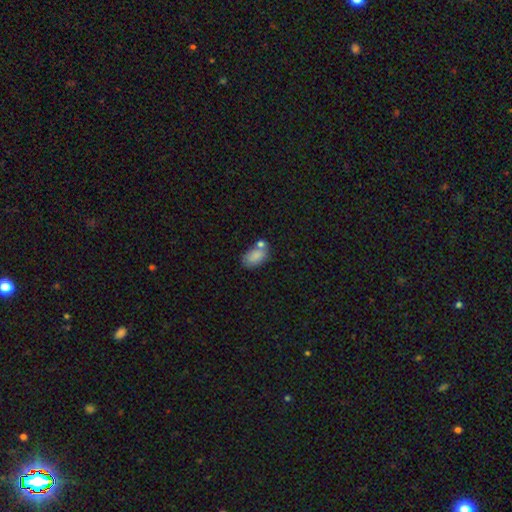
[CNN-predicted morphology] This appears to be a smooth galaxy with no disk features (82%) that is in between round and cigar-shaped (90%). Merging: none (50%).